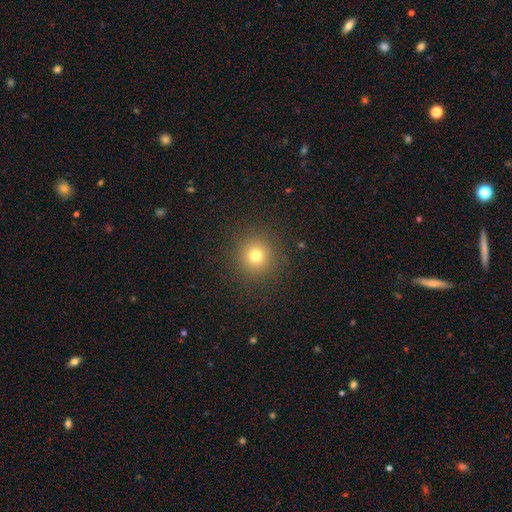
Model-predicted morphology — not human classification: A smooth galaxy with no disk features (75%) that is round (94%). Merging: none (90%).